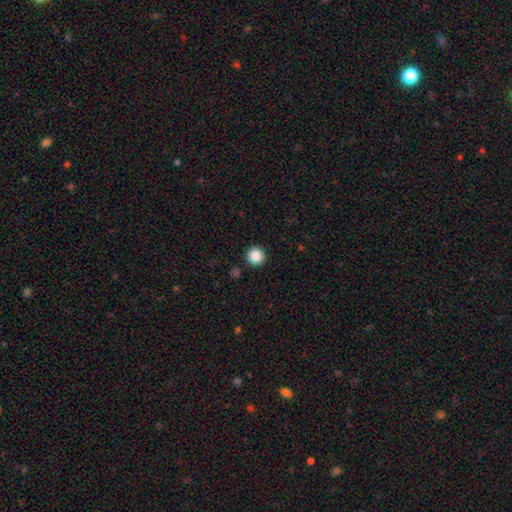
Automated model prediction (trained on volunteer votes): Smooth or featured?
  - smooth: 87% *
  - star or artifact: 10%
  - featured or disk: 3%
How rounded?
  - round: 96% *
  - in between: 3%
  - cigar-shaped: 1%
Merging?
  - none: 92% *
  - minor disturbance: 4%
  - major disturbance: 2%
  - merger: 1%